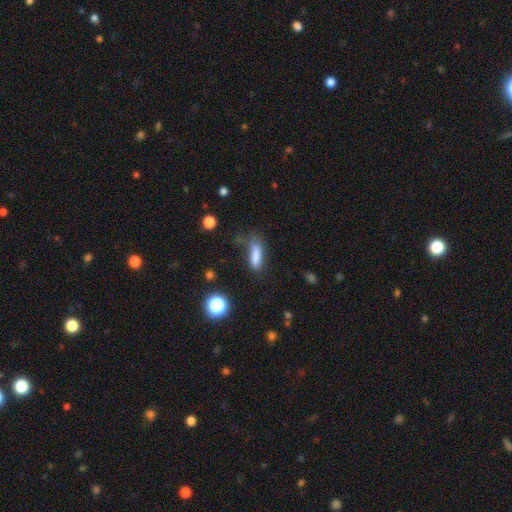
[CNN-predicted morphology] This is clearly a smooth galaxy (80%). How rounded: possibly cigar-shaped (50%). Merging: possibly none (54%).